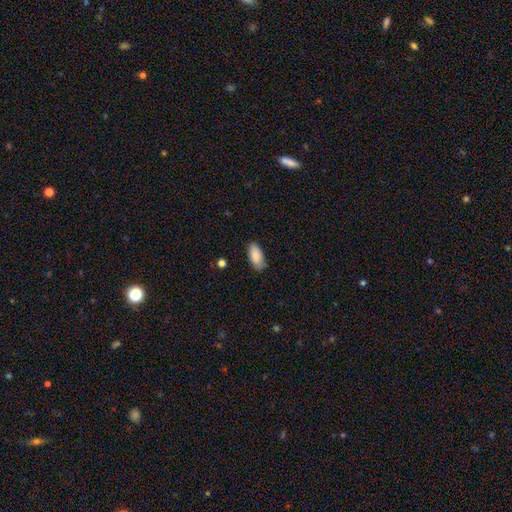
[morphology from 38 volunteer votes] A smooth galaxy with no disk features (87%) that is in between round and cigar-shaped (85%).

Vote fractions:
- Smooth or featured? smooth: 87% / star or artifact: 8% / featured or disk: 5%
- How rounded? in between: 85% / cigar-shaped: 15% / round: 0%
- Merging? none: 77% / minor disturbance: 23% / major disturbance: 0% / merger: 0%